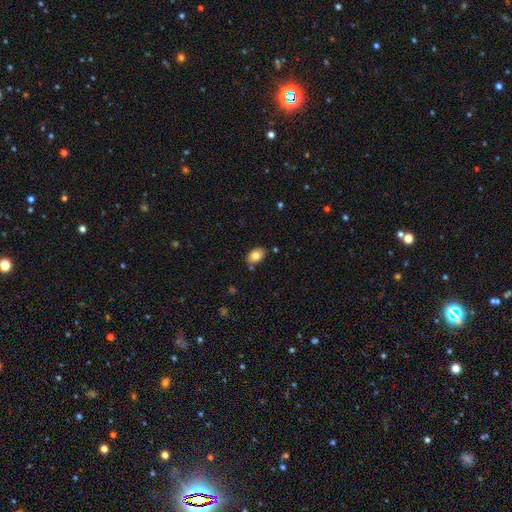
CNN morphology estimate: Overall: smooth (81%). How rounded: in between (88%). Merging: none (81%).